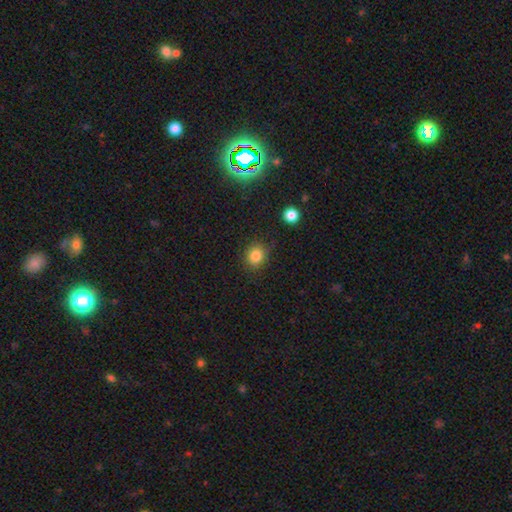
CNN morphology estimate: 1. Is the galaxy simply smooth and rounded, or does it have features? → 83% smooth, 12% star or artifact, 5% featured or disk.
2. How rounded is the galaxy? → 75% round, 24% in between, 1% cigar-shaped.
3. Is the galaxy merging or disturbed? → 84% none, 11% minor disturbance, 3% major disturbance, 2% merger.